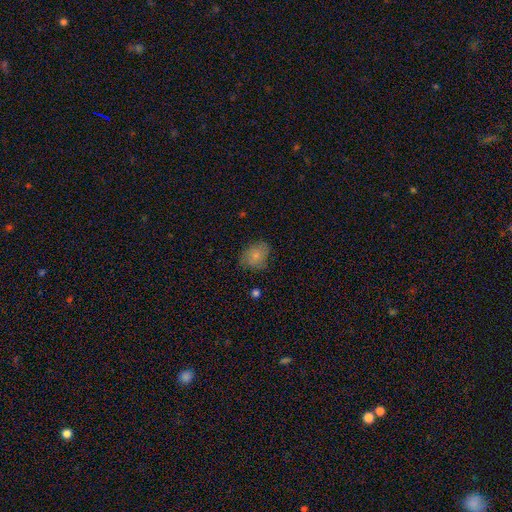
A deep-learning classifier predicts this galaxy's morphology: A smooth galaxy with no disk features (76%) that is in between round and cigar-shaped (57%). Merging: none (68%).